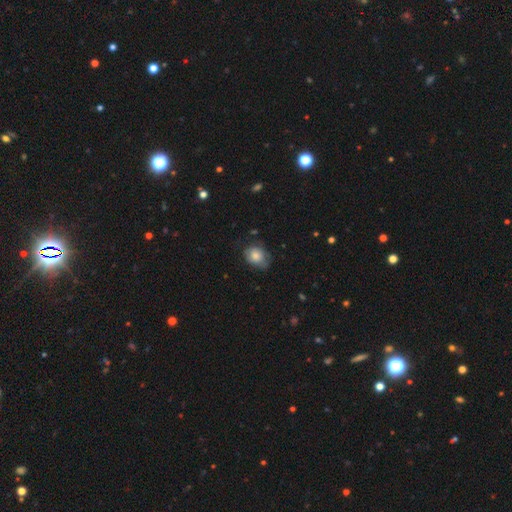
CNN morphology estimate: Smooth or featured? smooth (73%)
How rounded? in between (51%)
Merging? none (57%)